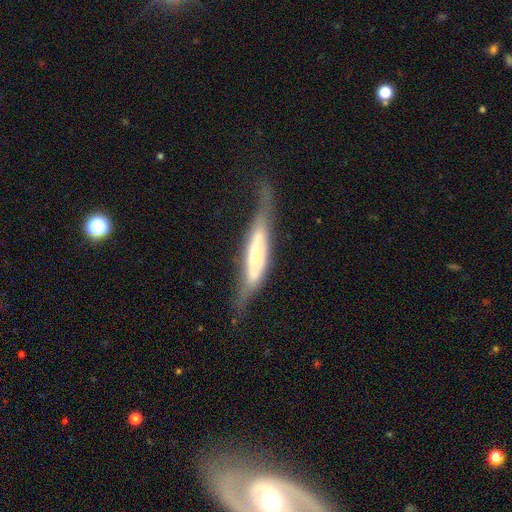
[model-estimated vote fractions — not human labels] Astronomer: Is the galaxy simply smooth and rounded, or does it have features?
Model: featured or disk — 64%.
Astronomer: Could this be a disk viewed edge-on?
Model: yes — 66%.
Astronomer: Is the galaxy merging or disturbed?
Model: none — 50% (runner-up: minor disturbance, 27%).